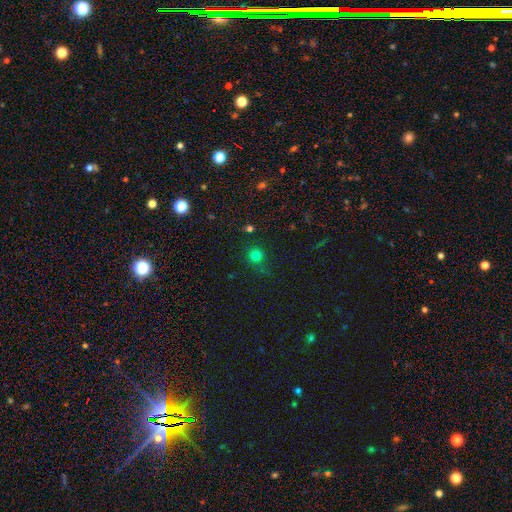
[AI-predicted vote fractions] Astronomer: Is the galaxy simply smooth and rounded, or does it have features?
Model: smooth — 75%.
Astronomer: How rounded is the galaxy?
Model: round — 92%.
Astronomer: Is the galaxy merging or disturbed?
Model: none — 79%.